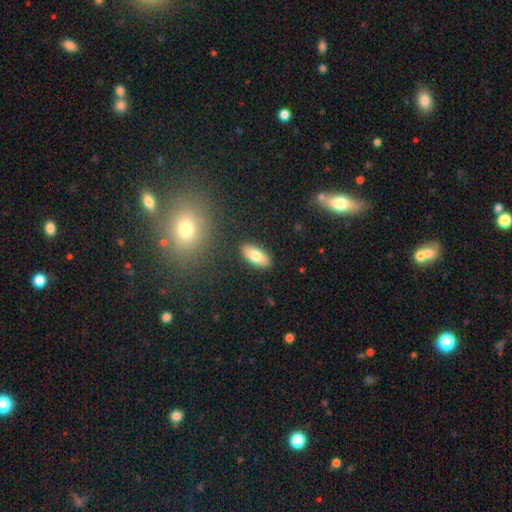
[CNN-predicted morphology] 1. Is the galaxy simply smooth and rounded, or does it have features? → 78% smooth, 16% featured or disk, 7% star or artifact.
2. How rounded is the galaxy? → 88% in between, 10% cigar-shaped, 3% round.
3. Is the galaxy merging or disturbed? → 87% none, 9% minor disturbance, 2% major disturbance, 2% merger.